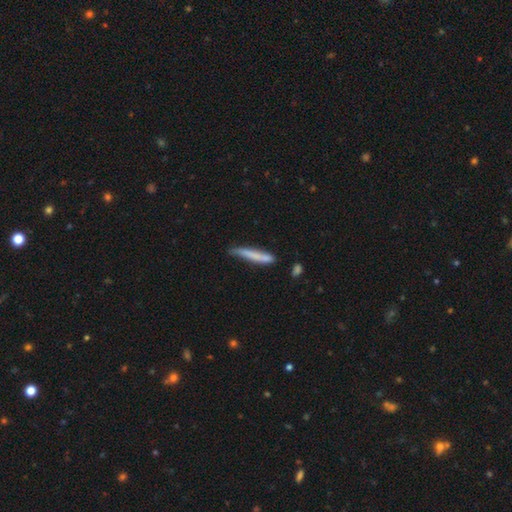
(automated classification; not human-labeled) Smooth or featured? Predicted: smooth (p=0.69). How rounded? Predicted: cigar-shaped (p=0.94). Merging? Predicted: none (p=0.61).